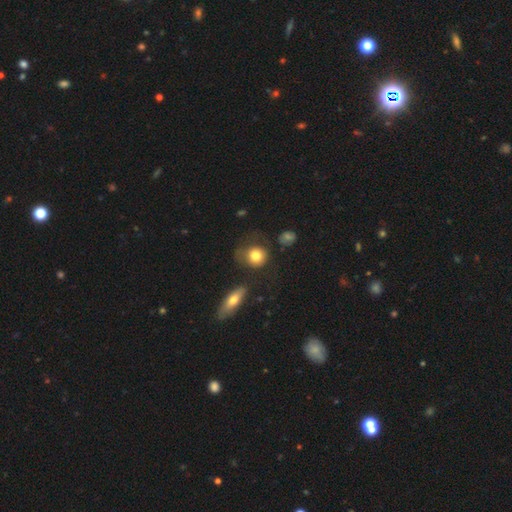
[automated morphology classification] smooth-or-featured: smooth: 78% | featured or disk: 14% | star or artifact: 8%
  how-rounded: round: 79% | in between: 19% | cigar-shaped: 2%
  merging: none: 54% | minor disturbance: 24% | major disturbance: 16% | merger: 6%